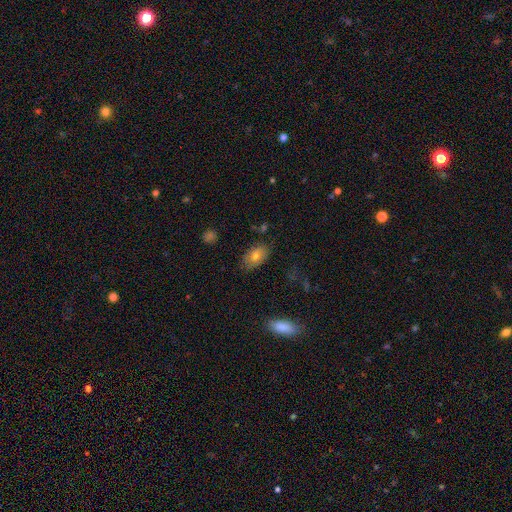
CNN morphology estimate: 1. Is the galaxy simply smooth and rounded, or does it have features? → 77% smooth, 14% featured or disk, 8% star or artifact.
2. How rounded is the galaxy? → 92% in between, 6% round, 2% cigar-shaped.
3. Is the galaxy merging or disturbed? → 80% none, 15% minor disturbance, 3% major disturbance, 2% merger.